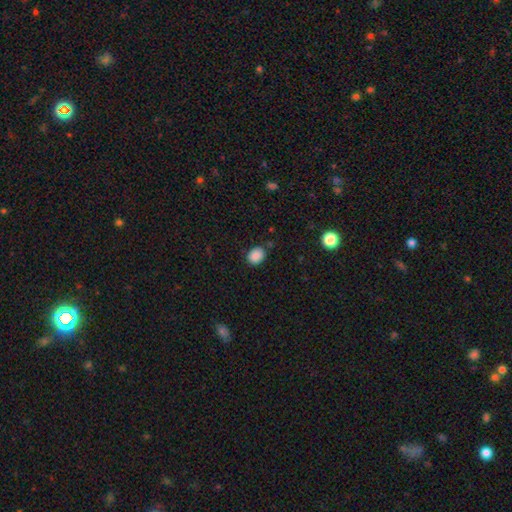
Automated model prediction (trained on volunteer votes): Smooth or featured: smooth — 87% (star or artifact — 9%)
How rounded: in between — 52% (round — 47%)
Merging: none — 81% (minor disturbance — 14%)